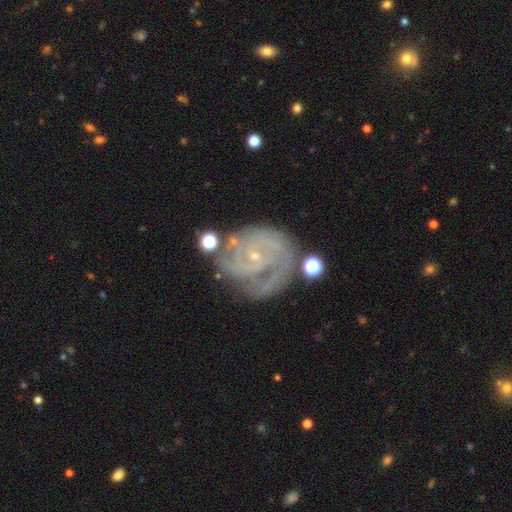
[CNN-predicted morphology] Smooth or featured?
  - featured or disk: 88% *
  - star or artifact: 7%
  - smooth: 5%
Edge-on disk?
  - no: 98% *
  - yes: 2%
Bar?
  - no: 66% *
  - weak: 25%
  - strong: 8%
Spiral arms?
  - yes: 97% *
  - no: 3%
Spiral winding?
  - tight: 69% *
  - medium: 27%
  - loose: 5%
Spiral arm count?
  - 2: 30% *
  - 3: 28%
  - can't tell: 18%
  - 4: 11%
  - more than 4: 7%
  - 1: 6%
Bulge size?
  - small: 87% *
  - moderate: 8%
  - none: 3%
  - large: 1%
  - dominant: 1%
Merging?
  - none: 66% *
  - minor disturbance: 21%
  - major disturbance: 9%
  - merger: 5%